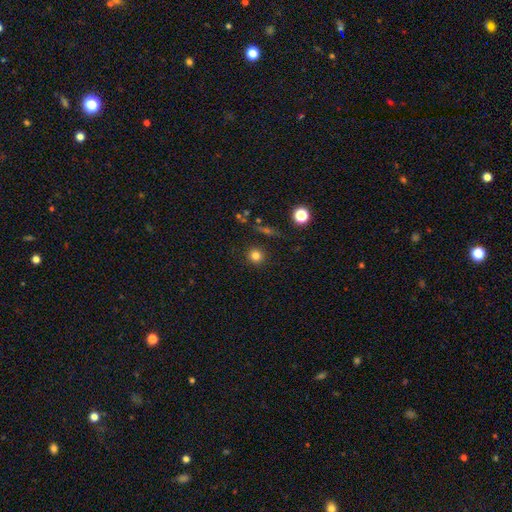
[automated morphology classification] Smooth or featured? Predicted: smooth (p=0.80). How rounded? Predicted: round (p=0.92). Merging? Predicted: none (p=0.89).